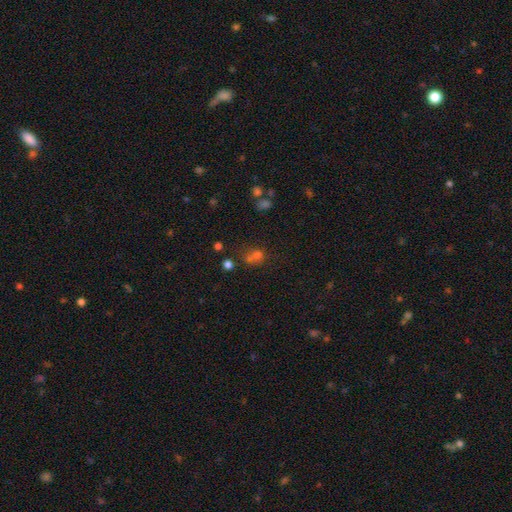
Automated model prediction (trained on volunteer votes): smooth 51%, star or artifact 37%, featured or disk 12%. Down the decision tree: how rounded — round (72%); merging — none (47%).